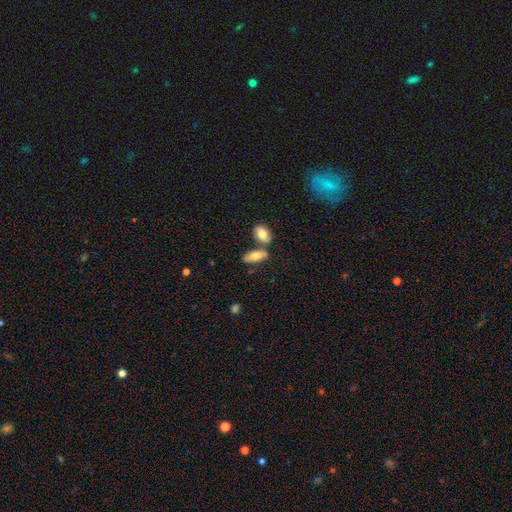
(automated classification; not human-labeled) Overall: smooth (76%). How rounded: in between (74%). Merging: none (60%; merger 25%).